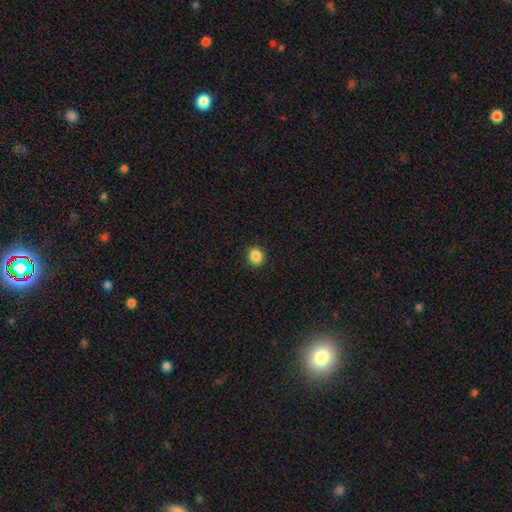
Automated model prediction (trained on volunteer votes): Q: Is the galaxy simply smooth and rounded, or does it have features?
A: smooth — 87%.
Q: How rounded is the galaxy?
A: round — 82%.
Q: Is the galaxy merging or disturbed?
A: none — 89%.